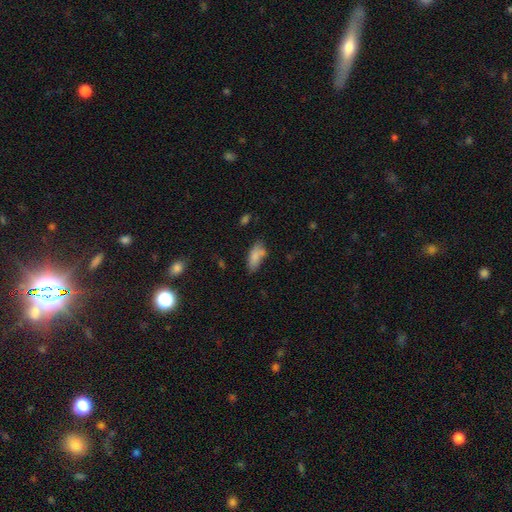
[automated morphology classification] Smooth or featured: smooth — 80% (featured or disk — 11%)
How rounded: in between — 81% (cigar-shaped — 16%)
Merging: none — 52% (minor disturbance — 26%)